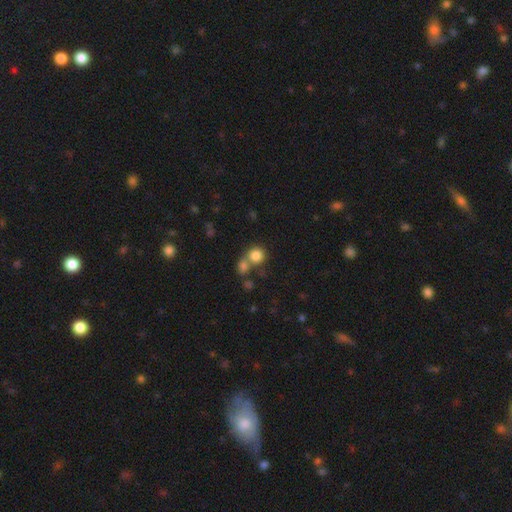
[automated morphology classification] Q: Smooth or featured?
A: smooth (81%); runner-up: star or artifact (11%)
Q: How rounded?
A: round (87%); runner-up: in between (12%)
Q: Merging?
A: none (49%); runner-up: merger (40%)